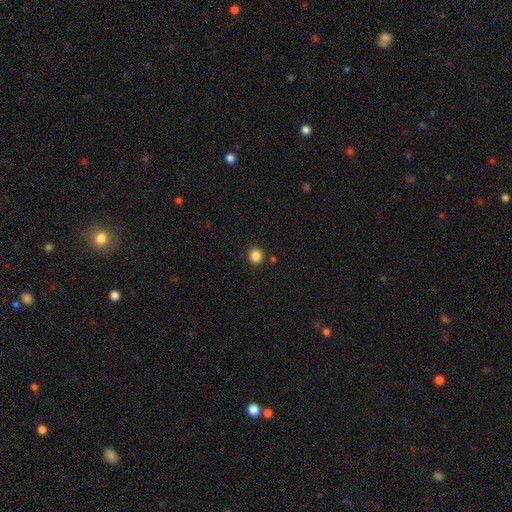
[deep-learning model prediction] Smooth or featured: smooth — 86% (star or artifact — 11%)
How rounded: round — 83% (in between — 16%)
Merging: none — 87% (minor disturbance — 7%)